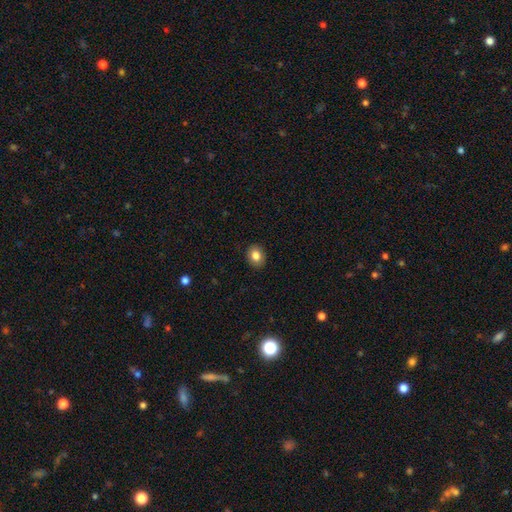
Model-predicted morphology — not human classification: type=smooth (84%); roundness=round (54%); merging=none (89%).